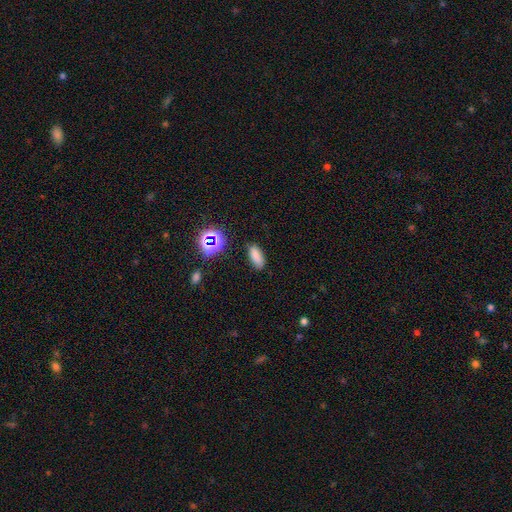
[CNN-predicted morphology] Smooth or featured? Predicted: smooth (p=0.77). How rounded? Predicted: in between (p=0.80). Merging? Predicted: none (p=0.82).